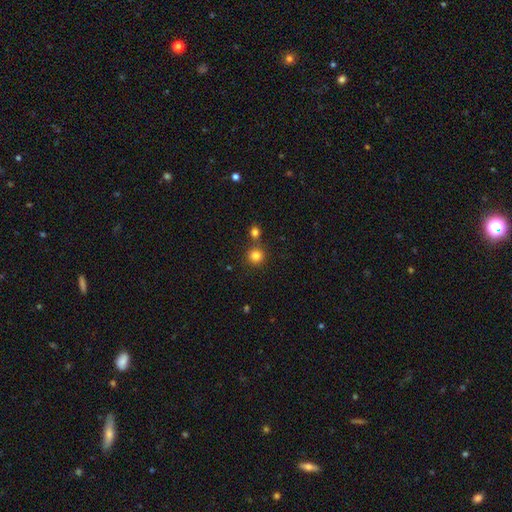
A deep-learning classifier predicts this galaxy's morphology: smooth 82%, star or artifact 13%, featured or disk 5%. Down the decision tree: how rounded — round (92%); merging — none (74%).